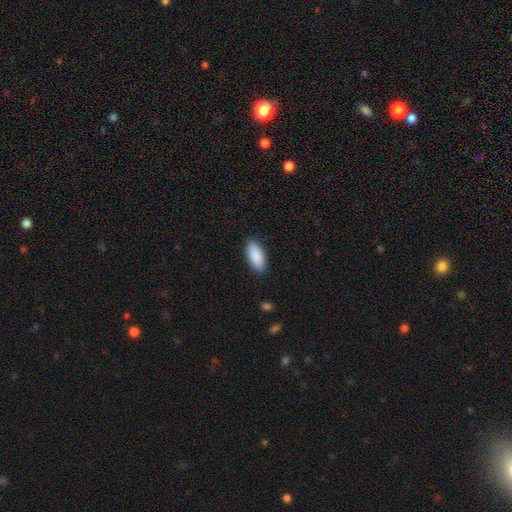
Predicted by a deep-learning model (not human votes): Q: Smooth or featured?
A: smooth (90%); runner-up: star or artifact (6%)
Q: How rounded?
A: in between (88%); runner-up: cigar-shaped (10%)
Q: Merging?
A: none (88%); runner-up: minor disturbance (9%)